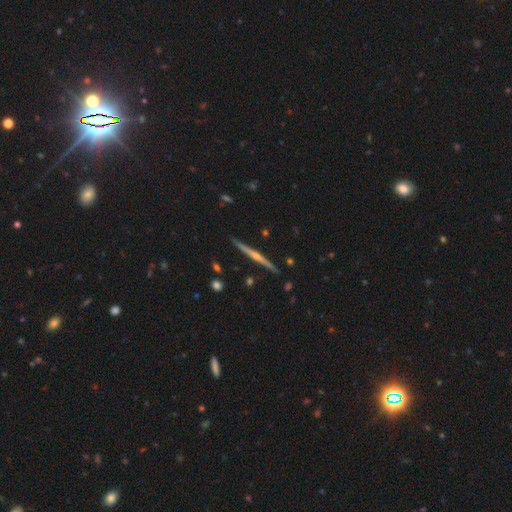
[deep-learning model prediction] smooth-or-featured: featured or disk: 82% | smooth: 13% | star or artifact: 6%
  disk-edge-on: yes: 99% | no: 1%
    edge-on-bulge: rounded: 81% | none: 14% | boxy: 5%
  merging: none: 92% | minor disturbance: 6% | merger: 1% | major disturbance: 1%